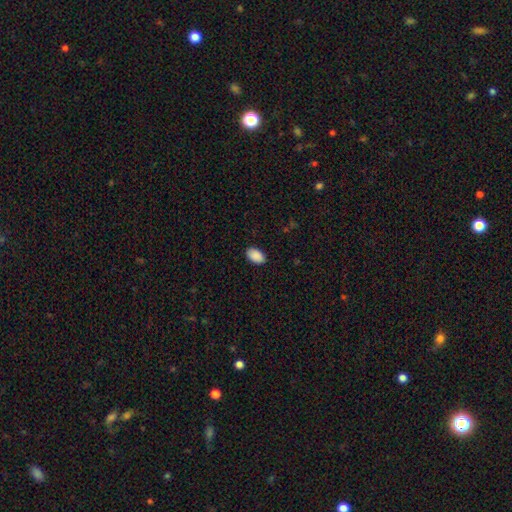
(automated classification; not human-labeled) This appears to be a smooth galaxy with no disk features (90%) that is in between round and cigar-shaped (92%). Merging: none (88%).